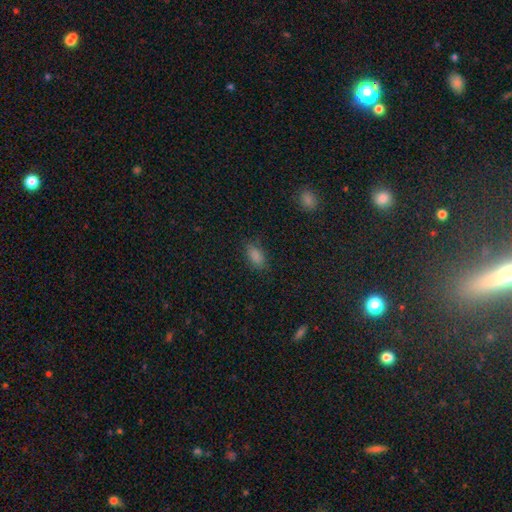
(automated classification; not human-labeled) Smooth or featured? Predicted: smooth (p=0.83). How rounded? Predicted: in between (p=0.91). Merging? Predicted: none (p=0.81).